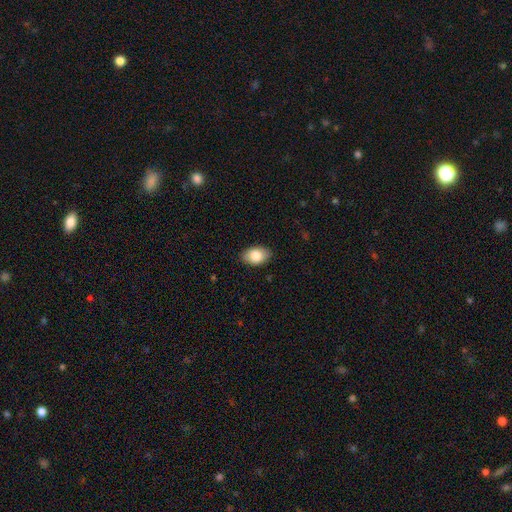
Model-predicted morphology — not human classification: Smooth or featured? Predicted: smooth (p=0.82). How rounded? Predicted: in between (p=0.90). Merging? Predicted: none (p=0.87).